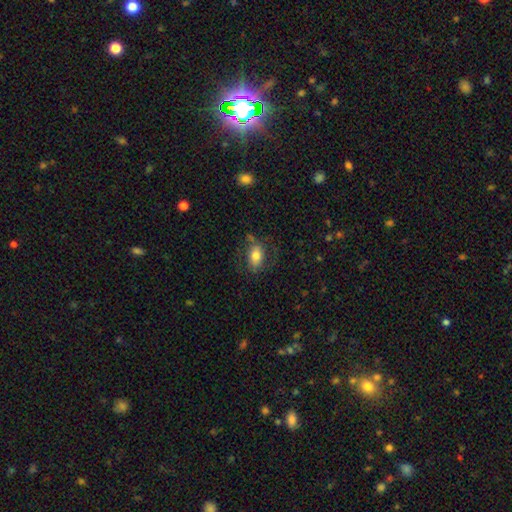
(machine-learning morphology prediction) type=smooth (71%); roundness=in between (86%); merging=none (61%).